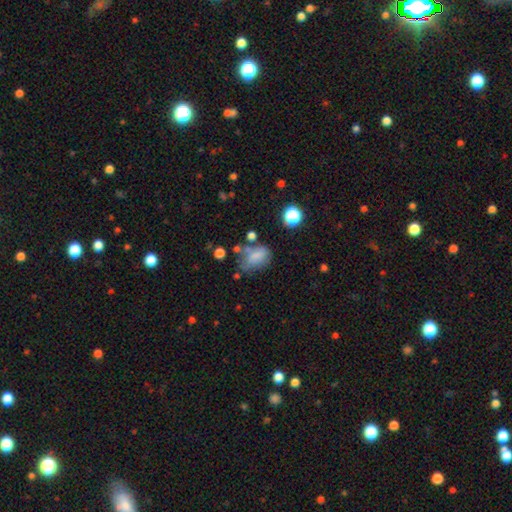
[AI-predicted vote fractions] This appears to be a smooth galaxy with no disk features (72%) that is in between round and cigar-shaped (82%). Merging: none (41%).